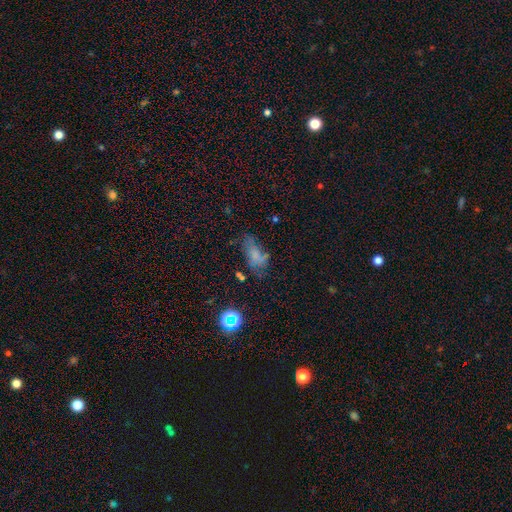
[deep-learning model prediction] The model was most divided on "merging": none: 43%, minor disturbance: 27%, major disturbance: 24%, merger: 6%. Remaining: smooth or featured — smooth (50%).